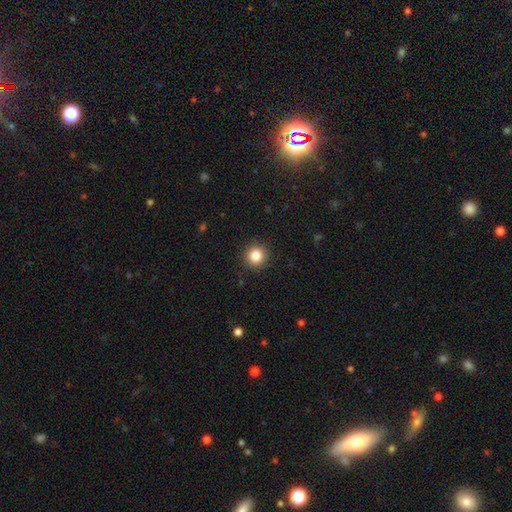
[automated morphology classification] smooth_or_featured: smooth (p=0.84) [alt: star or artifact p=0.11]
how_rounded: round (p=0.94) [alt: in between p=0.05]
merging: none (p=0.91) [alt: minor disturbance p=0.06]